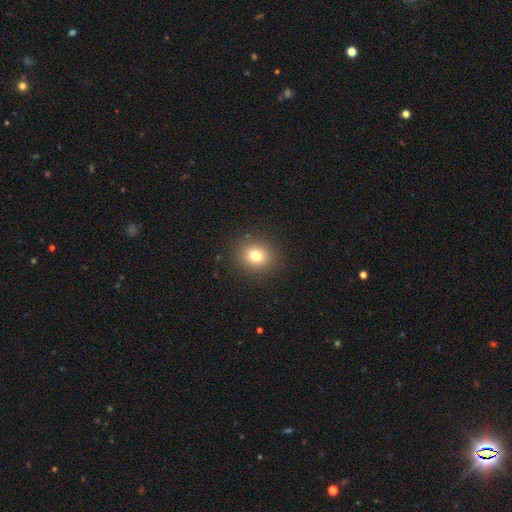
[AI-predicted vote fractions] Smooth or featured?
  - smooth: 78% *
  - star or artifact: 13%
  - featured or disk: 9%
How rounded?
  - round: 80% *
  - in between: 19%
  - cigar-shaped: 1%
Merging?
  - none: 89% *
  - minor disturbance: 7%
  - major disturbance: 3%
  - merger: 1%